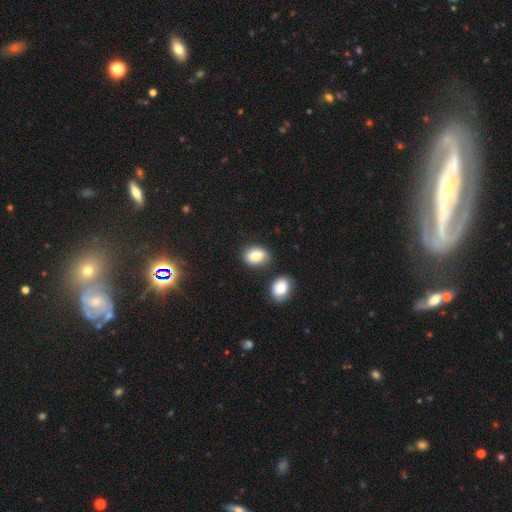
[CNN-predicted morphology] Smooth or featured: smooth — 86% (star or artifact — 8%)
How rounded: in between — 78% (round — 21%)
Merging: none — 71% (minor disturbance — 15%)